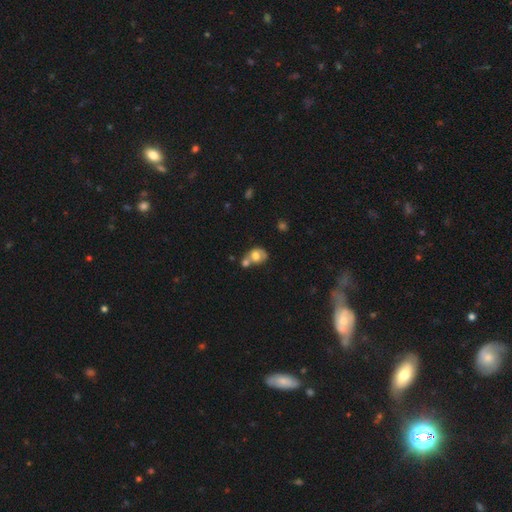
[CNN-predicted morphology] Overall: smooth (66%). How rounded: in between (51%; round 48%). Merging: merger (55%; none 25%).